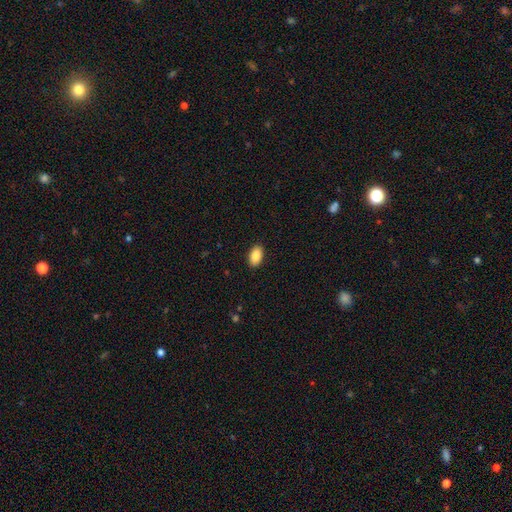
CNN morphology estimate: Smooth or featured? Predicted: smooth (p=0.89). How rounded? Predicted: in between (p=0.94). Merging? Predicted: none (p=0.90).